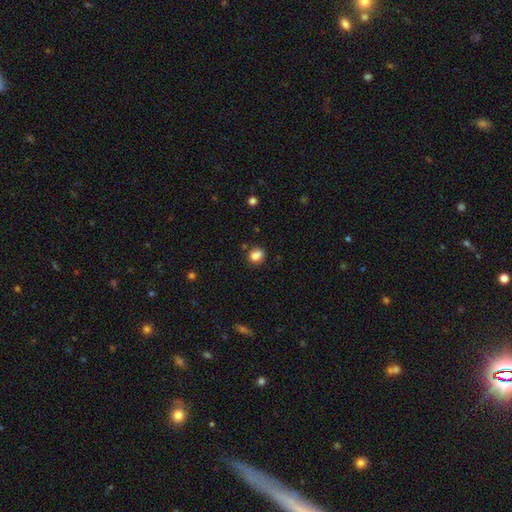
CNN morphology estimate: Smooth or featured: smooth — 82% (star or artifact — 11%)
How rounded: round — 65% (in between — 34%)
Merging: none — 67% (minor disturbance — 16%)